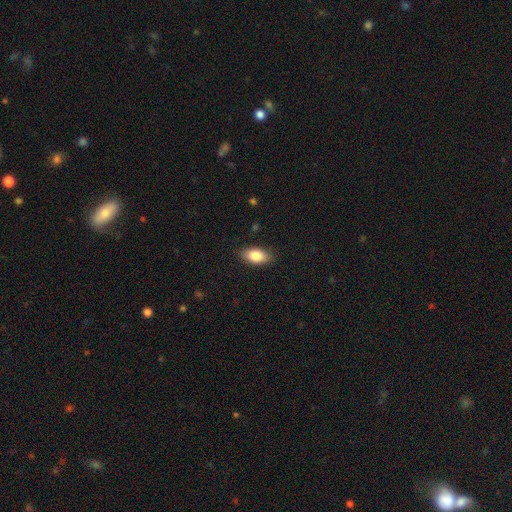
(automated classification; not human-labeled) Morphology: type=smooth (83%); roundness=in between (90%); merging=none (86%).